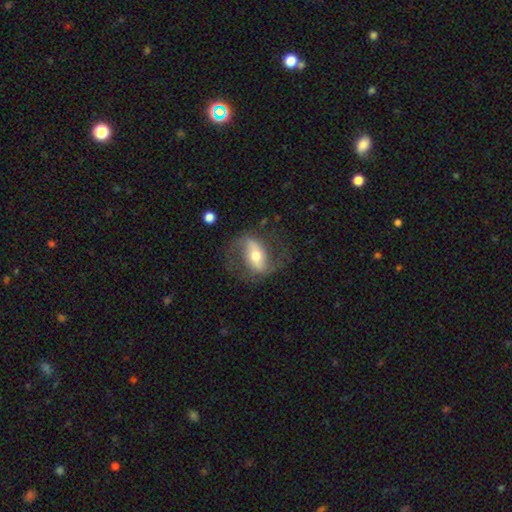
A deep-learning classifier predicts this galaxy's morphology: Smooth or featured? featured or disk (76%)
Edge-on disk? no (92%)
Bar? strong (52%)
Spiral arms? yes (85%)
Spiral winding? loose (47%)
Spiral arm count? 2 (88%)
Bulge size? moderate (66%)
Merging? none (69%)